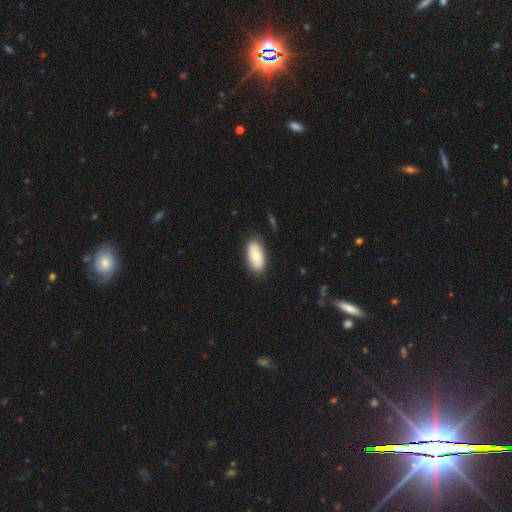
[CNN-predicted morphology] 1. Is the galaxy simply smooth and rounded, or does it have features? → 71% smooth, 23% featured or disk, 6% star or artifact.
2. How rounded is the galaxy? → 92% in between, 5% cigar-shaped, 3% round.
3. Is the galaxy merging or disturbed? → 86% none, 10% minor disturbance, 2% major disturbance, 1% merger.